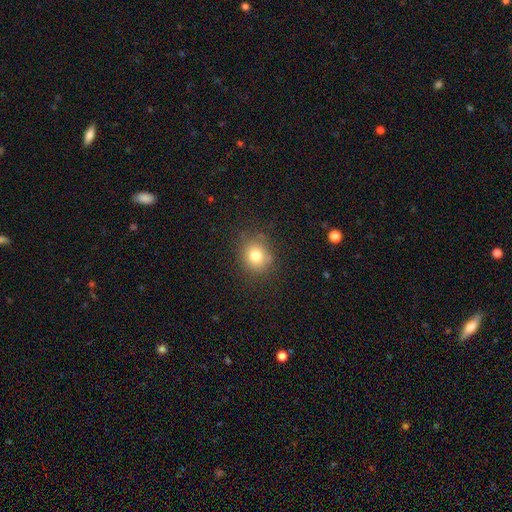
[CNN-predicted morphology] A smooth galaxy with no disk features (78%) that is round (79%). Merging: none (81%).